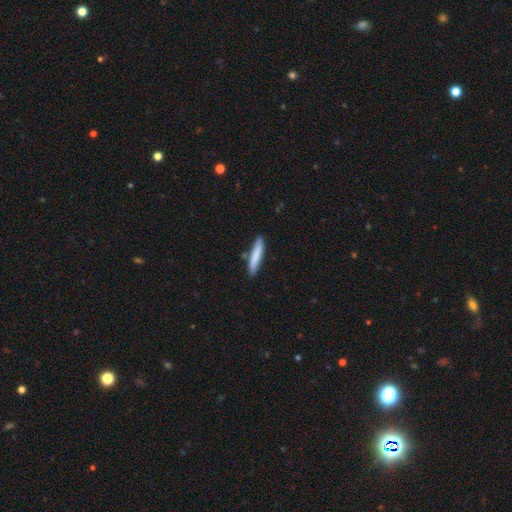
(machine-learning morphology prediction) This is clearly a smooth galaxy (82%). How rounded: clearly cigar-shaped (90%). Merging: clearly none (83%).